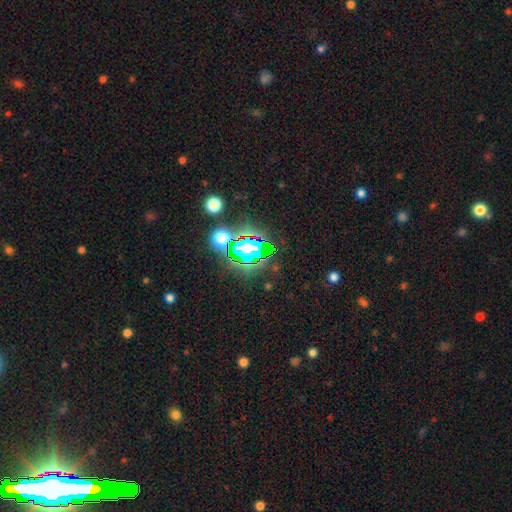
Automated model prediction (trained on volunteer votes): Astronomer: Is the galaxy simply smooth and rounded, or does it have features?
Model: star or artifact — 75%.